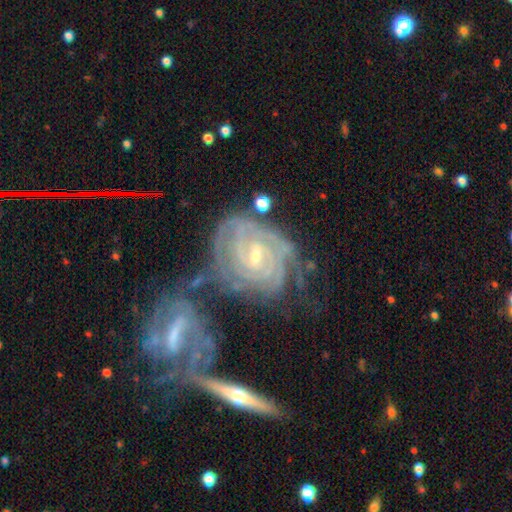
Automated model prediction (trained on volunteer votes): Smooth or featured? featured or disk (90%)
Edge-on disk? no (97%)
Bar? weak (47%)
Spiral arms? yes (97%)
Spiral winding? tight (80%)
Spiral arm count? can't tell (28%)
Bulge size? small (67%)
Merging? none (38%)